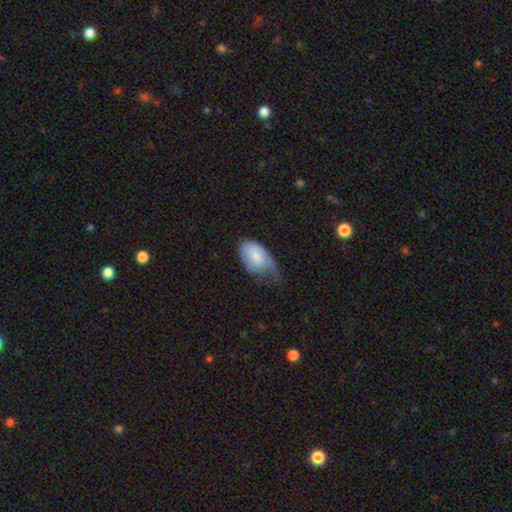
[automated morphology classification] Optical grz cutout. It shows a smooth galaxy with no disk features (71%) that is in between round and cigar-shaped (90%). Merging: minor disturbance (42%).